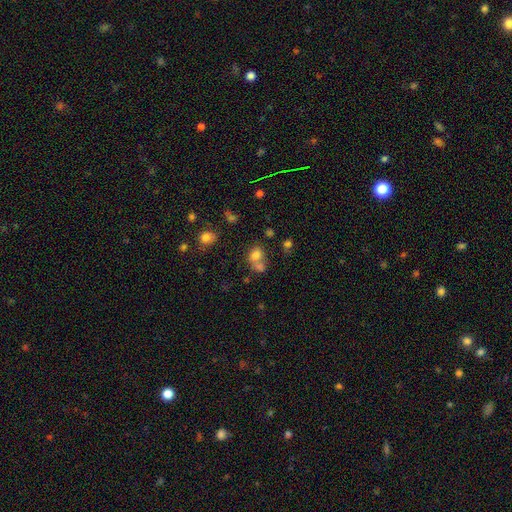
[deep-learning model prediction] Morphology: type=smooth (69%); roundness=round (55%); merging=merger (54%).